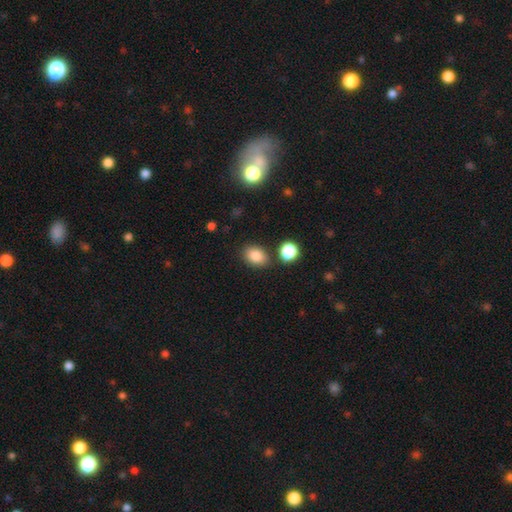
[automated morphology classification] Overall: smooth (85%). How rounded: in between (75%). Merging: none (78%).